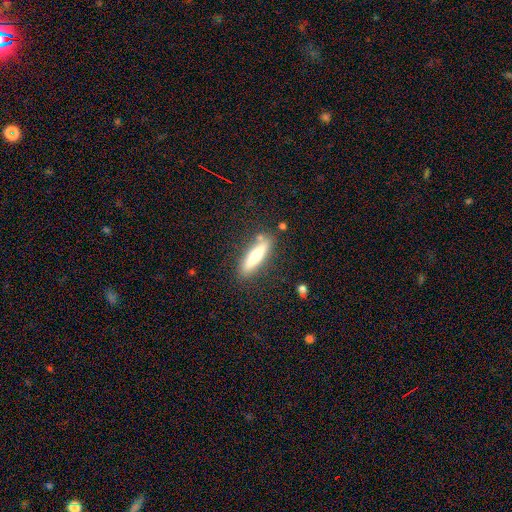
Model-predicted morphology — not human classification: Smooth or featured: smooth — 63% (featured or disk — 30%)
How rounded: cigar-shaped — 76% (in between — 23%)
Merging: none — 82% (minor disturbance — 11%)